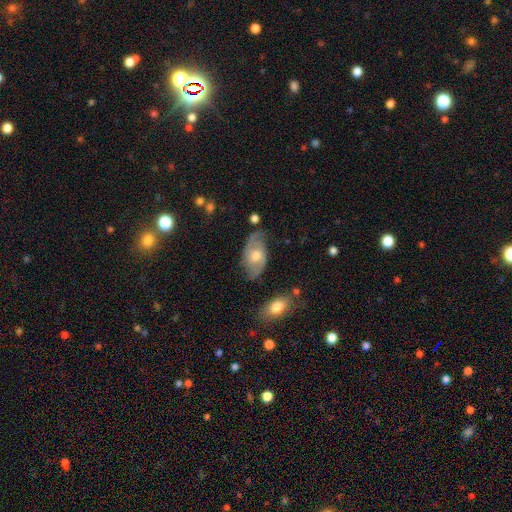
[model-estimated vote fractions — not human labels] This appears to be a featured or disk galaxy (61%) with no bar (61%), spiral arms (79%) and a moderate central bulge (69%). Merging: none (68%).